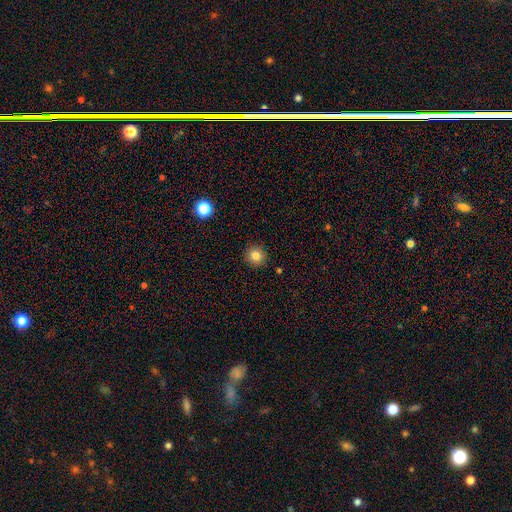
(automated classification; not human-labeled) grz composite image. It shows a smooth galaxy with no disk features (81%) that is round (94%). Merging: none (92%).